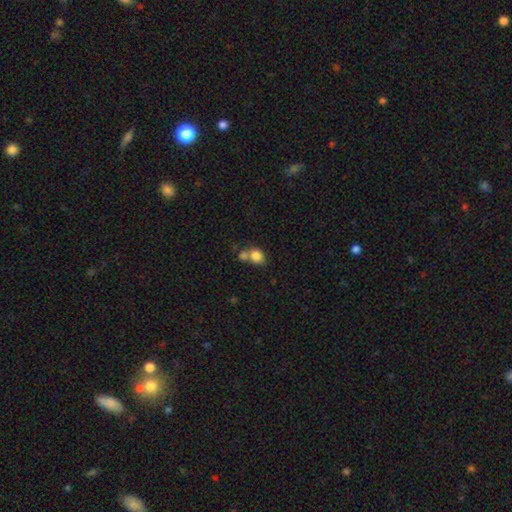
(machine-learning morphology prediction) This is clearly a smooth galaxy (83%). How rounded: possibly round (55%). Merging: possibly merger (46%).